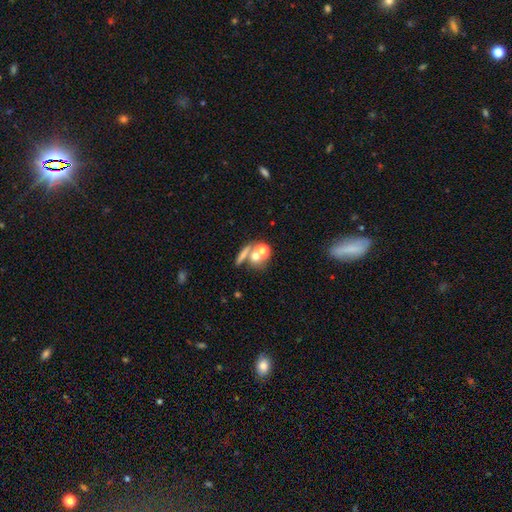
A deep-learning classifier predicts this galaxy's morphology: Overall: smooth (59%; featured or disk 22%). How rounded: round (63%; in between 26%). Merging: none (43%; merger 42%).